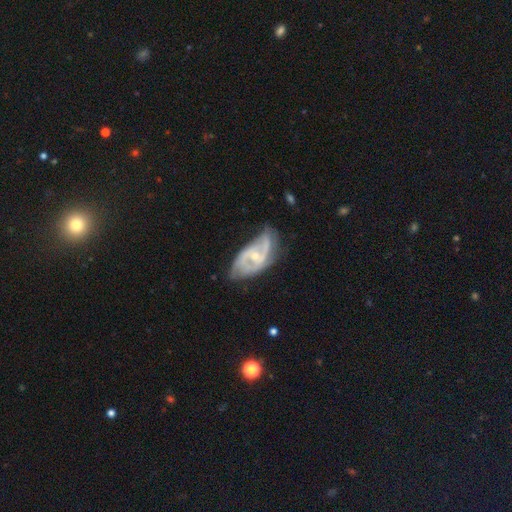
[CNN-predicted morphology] smooth-or-featured: featured or disk: 83% | smooth: 11% | star or artifact: 5%
  disk-edge-on: no: 95% | yes: 5%
    bar: no: 50% | weak: 38% | strong: 12%
    has-spiral-arms: yes: 90% | no: 10%
      spiral-winding: medium: 46% | tight: 34% | loose: 20%
      spiral-arm-count: 2: 60% | can't tell: 19% | 3: 11% | 1: 4% | 4: 3% | more than 4: 2%
    bulge-size: small: 61% | moderate: 35% | none: 1% | large: 1% | dominant: 1%
  merging: none: 54% | minor disturbance: 30% | major disturbance: 14% | merger: 2%